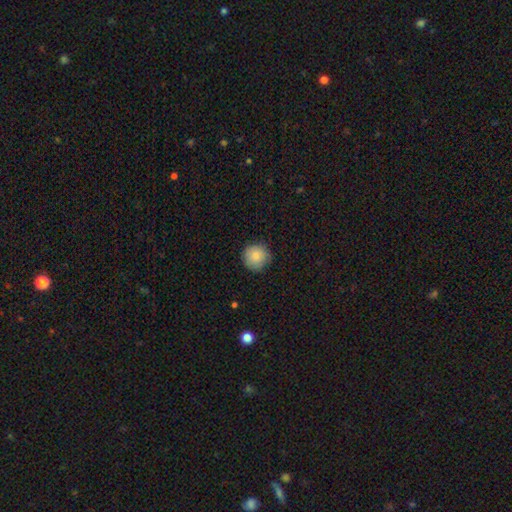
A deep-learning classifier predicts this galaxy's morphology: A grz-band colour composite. It shows a smooth galaxy with no disk features (83%) that is round (94%). Merging: none (84%).